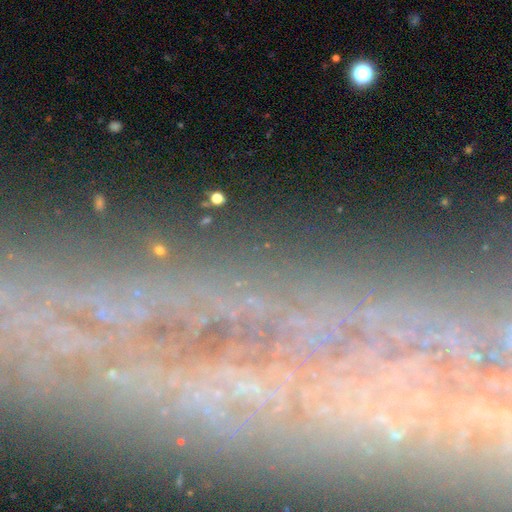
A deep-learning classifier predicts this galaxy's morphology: Smooth or featured? star or artifact (43%)